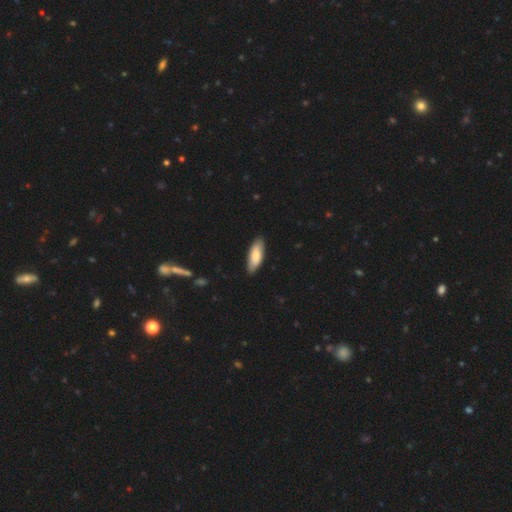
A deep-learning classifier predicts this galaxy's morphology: smooth 77%, featured or disk 18%, star or artifact 5%. Down the decision tree: how rounded — in between (70%); merging — none (87%).